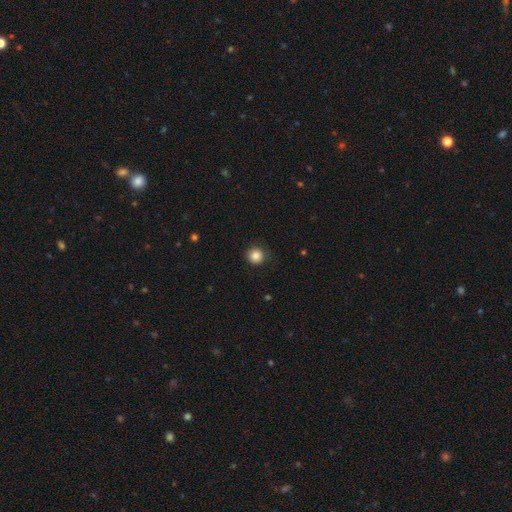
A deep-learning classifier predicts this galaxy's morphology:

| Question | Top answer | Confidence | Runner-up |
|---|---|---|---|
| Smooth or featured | smooth | 85% | star or artifact (11%) |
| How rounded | round | 94% | in between (5%) |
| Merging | none | 88% | minor disturbance (8%) |